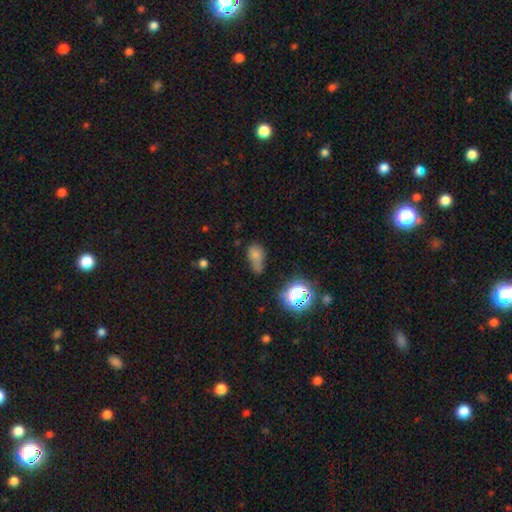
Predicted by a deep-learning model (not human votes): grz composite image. It shows a smooth galaxy with no disk features (67%) that is in between round and cigar-shaped (74%). Merging: none (32%).